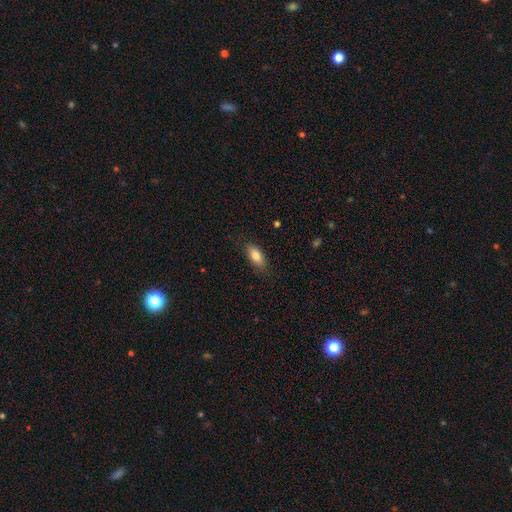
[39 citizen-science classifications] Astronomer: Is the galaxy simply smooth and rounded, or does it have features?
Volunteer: smooth — 92%.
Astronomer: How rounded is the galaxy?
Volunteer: in between — 81%.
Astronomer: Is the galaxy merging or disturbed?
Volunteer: none — 89%.